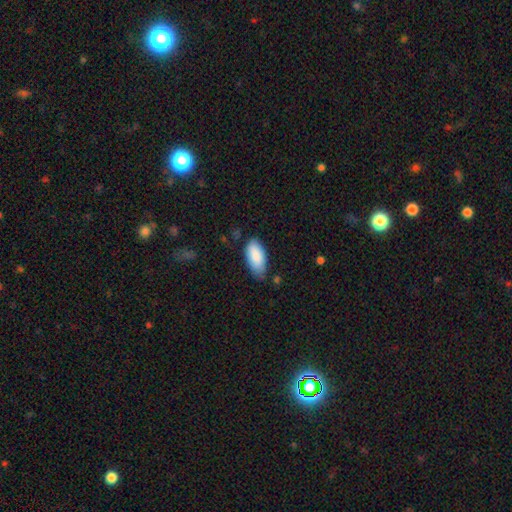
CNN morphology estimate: smooth 89%, star or artifact 6%, featured or disk 5%. Down the decision tree: how rounded — in between (92%); merging — none (66%).